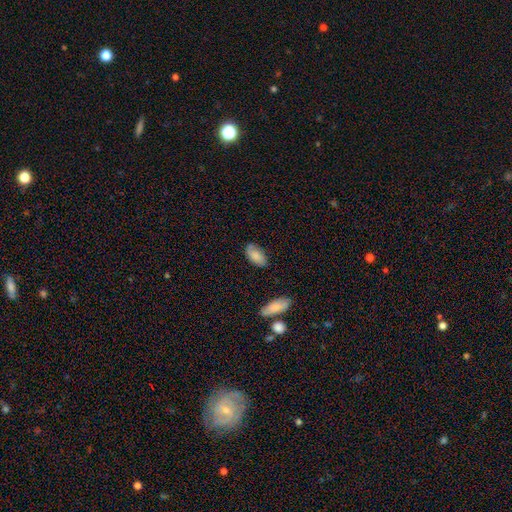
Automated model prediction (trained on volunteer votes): smooth 77%, featured or disk 16%, star or artifact 7%. Down the decision tree: how rounded — in between (93%); merging — none (73%).